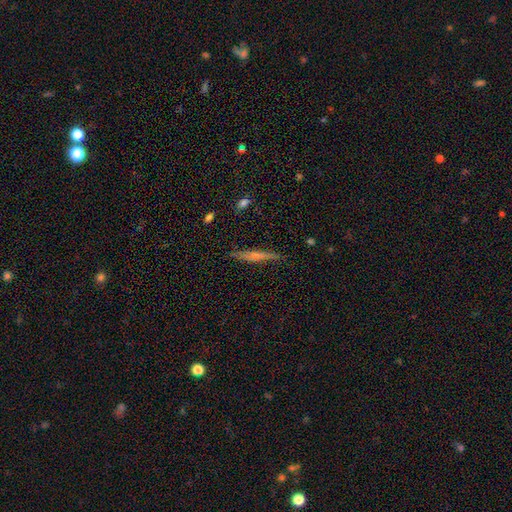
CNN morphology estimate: type=featured or disk (48%); merging=none (85%).